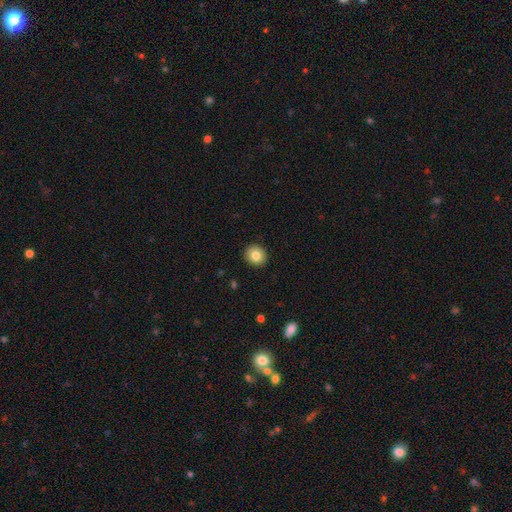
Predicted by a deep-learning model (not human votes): This is clearly a smooth galaxy (82%). How rounded: clearly round (84%). Merging: clearly none (92%).